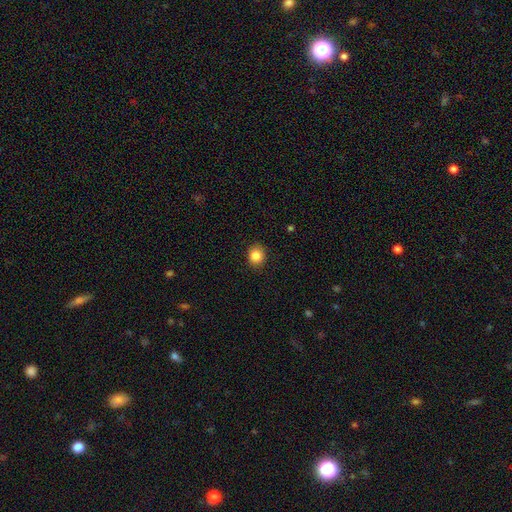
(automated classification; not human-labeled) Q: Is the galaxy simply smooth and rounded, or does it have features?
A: smooth — 85%.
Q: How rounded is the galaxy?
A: round — 80%.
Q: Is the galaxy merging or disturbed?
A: none — 90%.